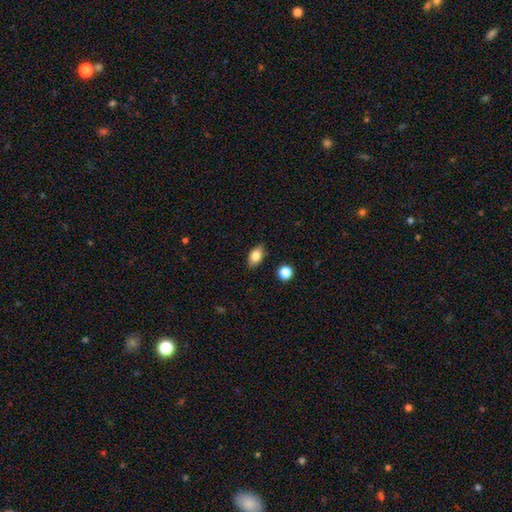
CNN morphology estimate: Smooth or featured? Predicted: smooth (p=0.82). How rounded? Predicted: in between (p=0.87). Merging? Predicted: none (p=0.86).